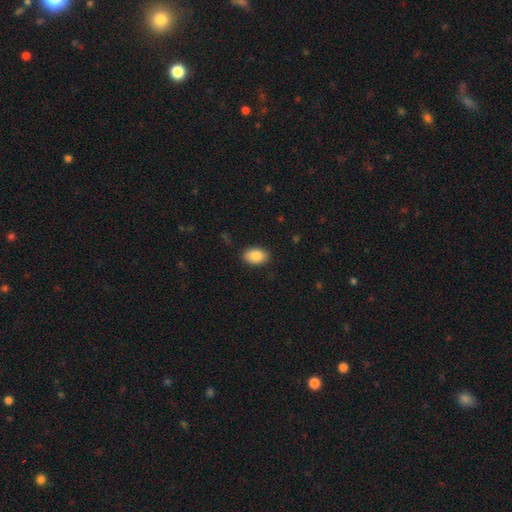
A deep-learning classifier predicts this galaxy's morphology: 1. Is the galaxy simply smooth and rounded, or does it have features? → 86% smooth, 7% star or artifact, 6% featured or disk.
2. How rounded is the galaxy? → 88% in between, 10% round, 1% cigar-shaped.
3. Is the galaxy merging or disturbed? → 89% none, 8% minor disturbance, 2% major disturbance, 1% merger.